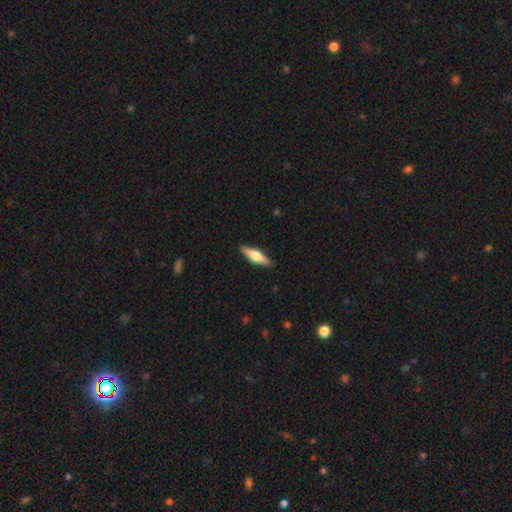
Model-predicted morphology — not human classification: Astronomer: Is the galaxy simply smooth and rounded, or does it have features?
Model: featured or disk — 51% (runner-up: smooth, 44%).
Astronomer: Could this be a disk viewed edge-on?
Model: yes — 95%.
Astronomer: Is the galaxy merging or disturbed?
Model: none — 90%.